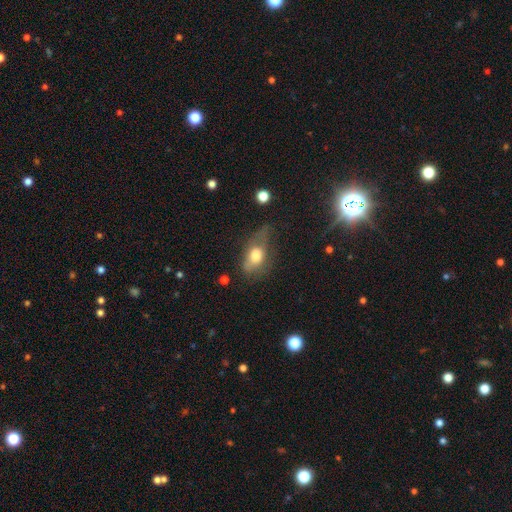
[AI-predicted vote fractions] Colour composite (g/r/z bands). It shows a smooth galaxy with no disk features (69%) that is in between round and cigar-shaped (78%). Merging: major disturbance (32%, tied with minor disturbance).